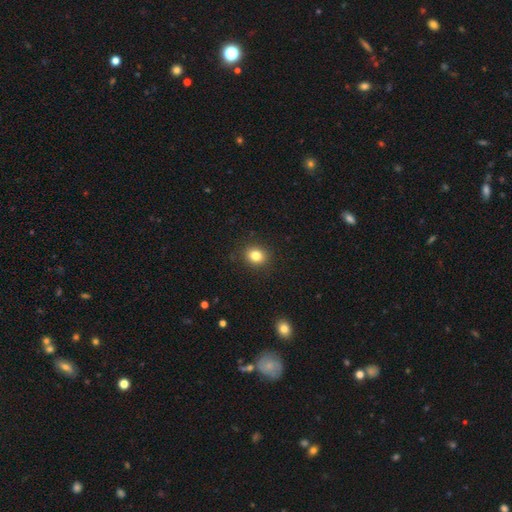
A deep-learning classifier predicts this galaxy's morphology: Smooth or featured? smooth (82%)
How rounded? round (67%)
Merging? none (90%)